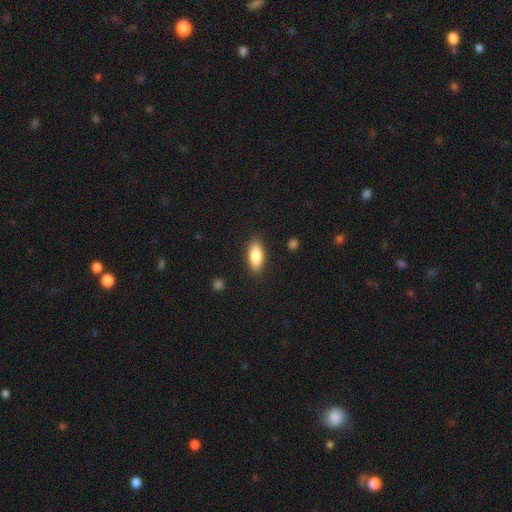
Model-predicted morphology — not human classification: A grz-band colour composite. It shows a smooth galaxy with no disk features (82%) that is in between round and cigar-shaped (79%). Merging: none (86%).